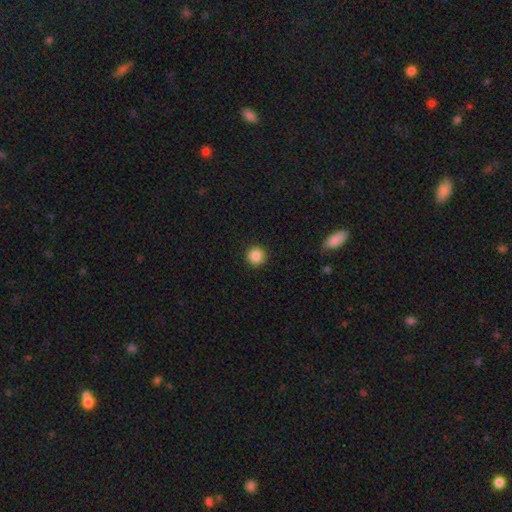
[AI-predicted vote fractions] Overall: smooth (87%). How rounded: round (95%). Merging: none (92%).